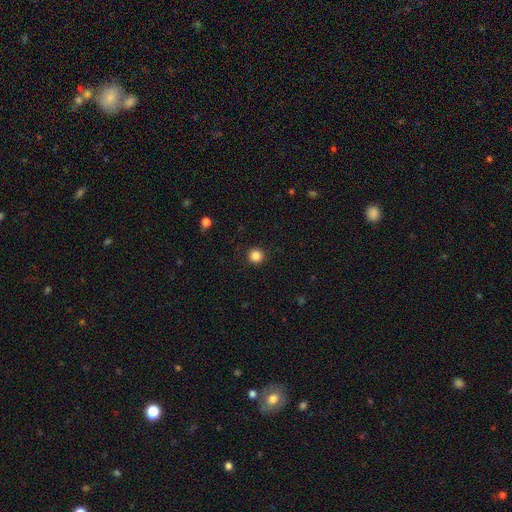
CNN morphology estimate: A smooth galaxy with no disk features (86%) that is round (95%). Merging: none (91%).